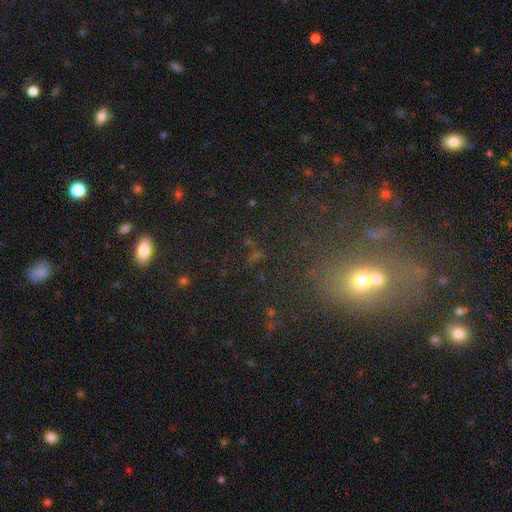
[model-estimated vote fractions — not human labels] smooth_or_featured: star or artifact (p=0.51) [alt: smooth p=0.37]